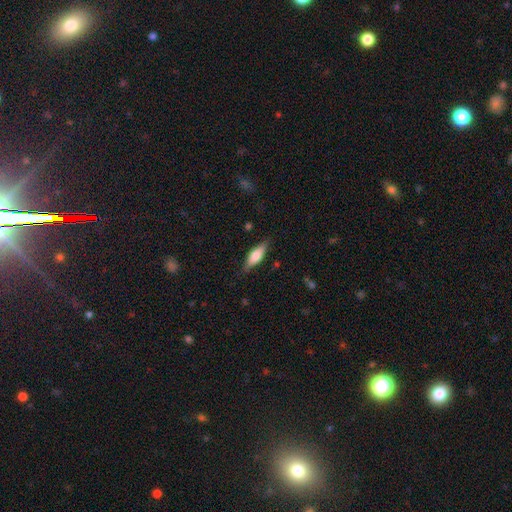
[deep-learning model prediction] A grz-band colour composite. It shows a smooth galaxy with no disk features (63%) that is in between round and cigar-shaped (56%). Merging: none (81%).